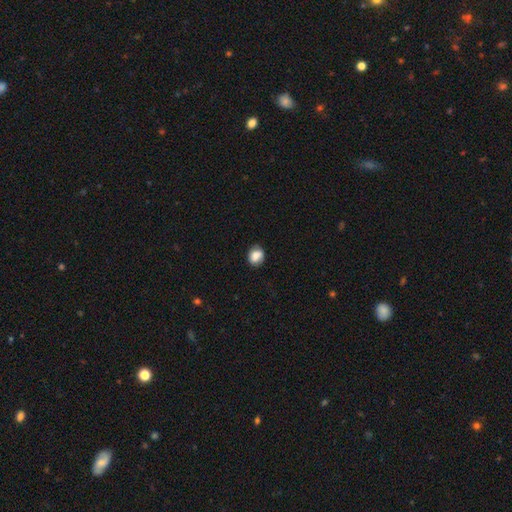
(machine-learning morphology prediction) This appears to be a smooth galaxy with no disk features (83%) that is round (59%). Merging: none (77%).